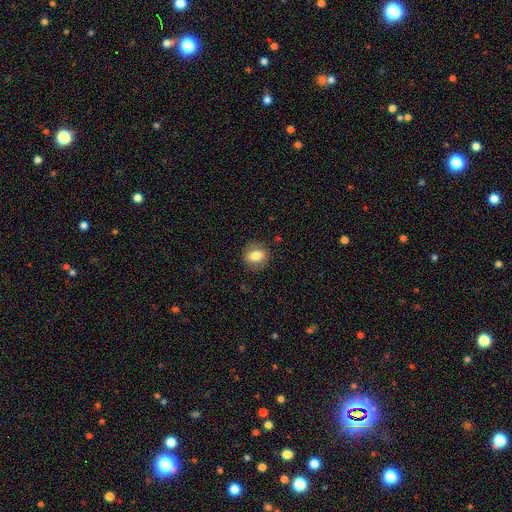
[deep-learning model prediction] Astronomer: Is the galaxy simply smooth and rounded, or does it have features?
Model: smooth — 76%.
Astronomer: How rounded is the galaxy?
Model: round — 52% (runner-up: in between, 46%).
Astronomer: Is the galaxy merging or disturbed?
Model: none — 85%.